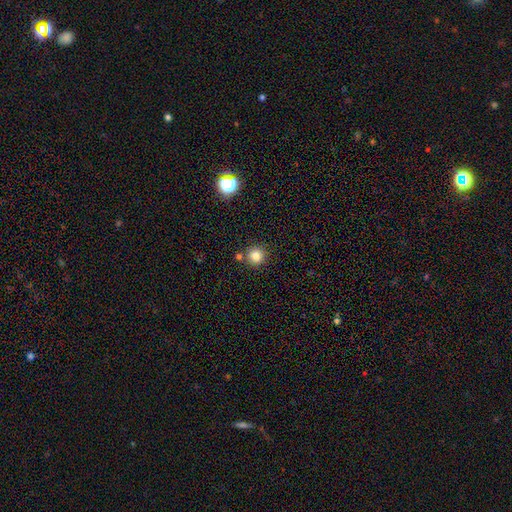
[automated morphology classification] Overall: smooth (82%). How rounded: round (93%). Merging: none (83%).